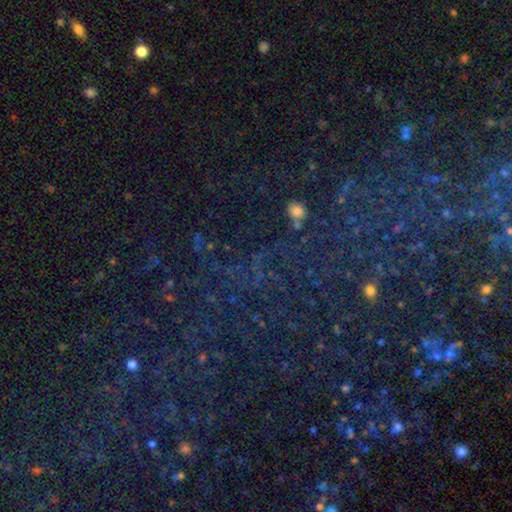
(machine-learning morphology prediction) Overall: star or artifact (79%).